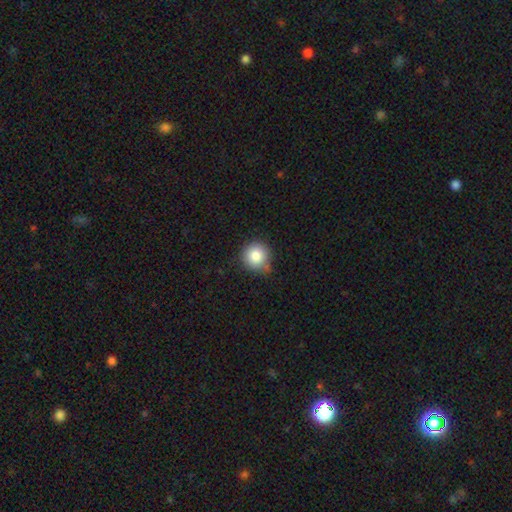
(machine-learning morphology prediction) A smooth galaxy with no disk features (84%) that is round (94%). Merging: none (72%).